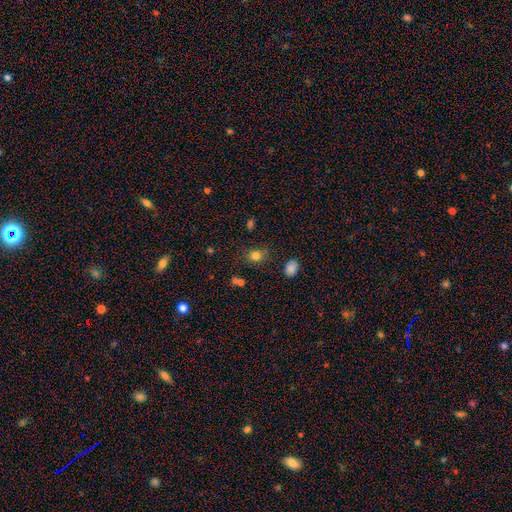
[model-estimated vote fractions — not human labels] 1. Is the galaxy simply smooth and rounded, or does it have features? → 80% smooth, 13% star or artifact, 7% featured or disk.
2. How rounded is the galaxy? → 57% round, 42% in between, 1% cigar-shaped.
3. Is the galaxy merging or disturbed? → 76% none, 15% minor disturbance, 5% major disturbance, 4% merger.